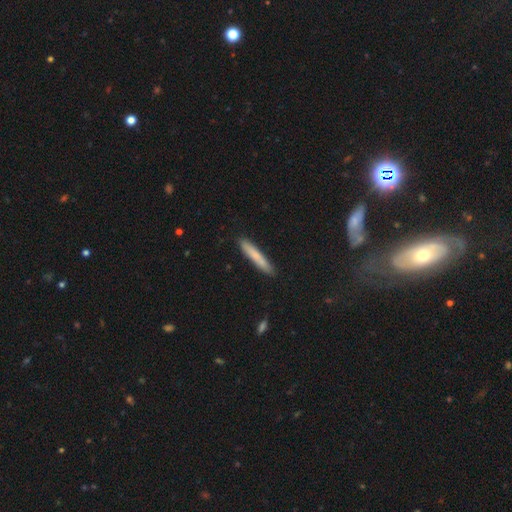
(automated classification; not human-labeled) The model was most divided on "smooth or featured": smooth: 76%, featured or disk: 18%, star or artifact: 6%. More confident: how rounded — cigar-shaped (94%); merging — none (88%).